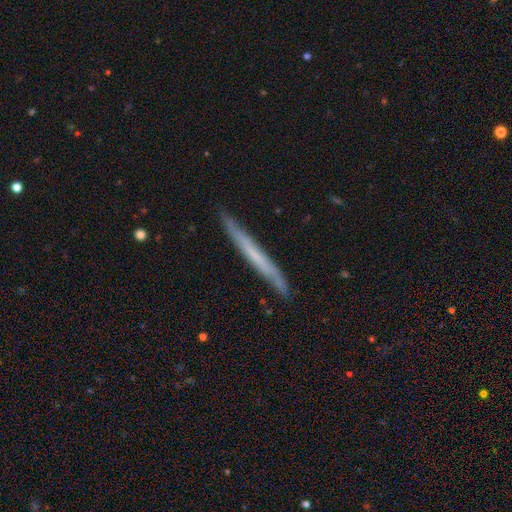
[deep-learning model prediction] The model was most divided on "smooth or featured": featured or disk: 51%, smooth: 42%, star or artifact: 6%. More confident: edge-on disk — yes (92%); merging — none (86%).